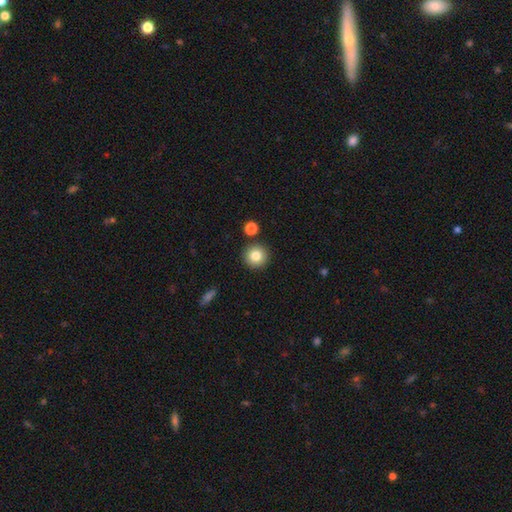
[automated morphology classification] Smooth or featured: smooth — 82% (star or artifact — 10%)
How rounded: round — 95% (in between — 4%)
Merging: none — 88% (minor disturbance — 6%)